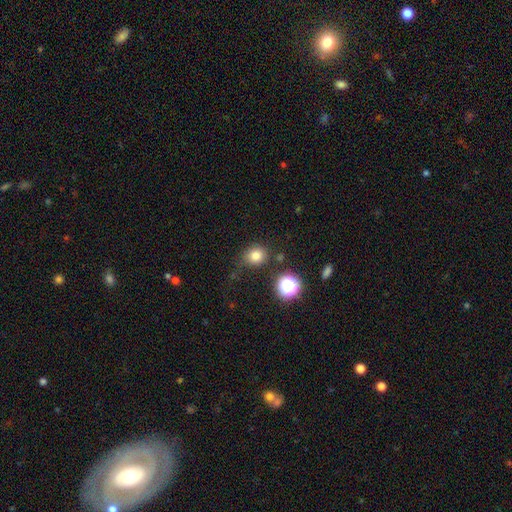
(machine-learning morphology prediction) Smooth or featured? Predicted: smooth (p=0.77). How rounded? Predicted: round (p=0.80). Merging? Predicted: none (p=0.76).